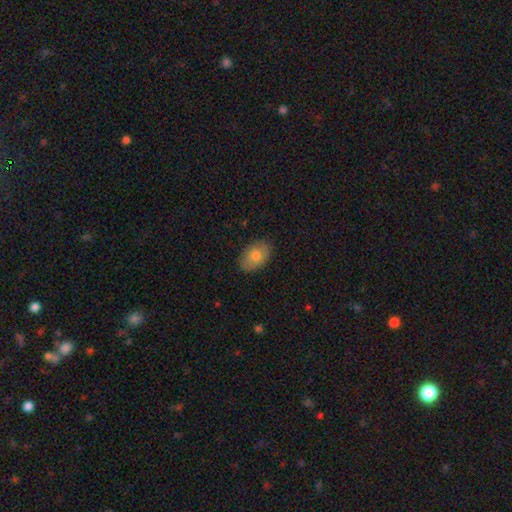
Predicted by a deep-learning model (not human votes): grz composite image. It shows a smooth galaxy with no disk features (77%) that is in between round and cigar-shaped (86%). Merging: none (86%).